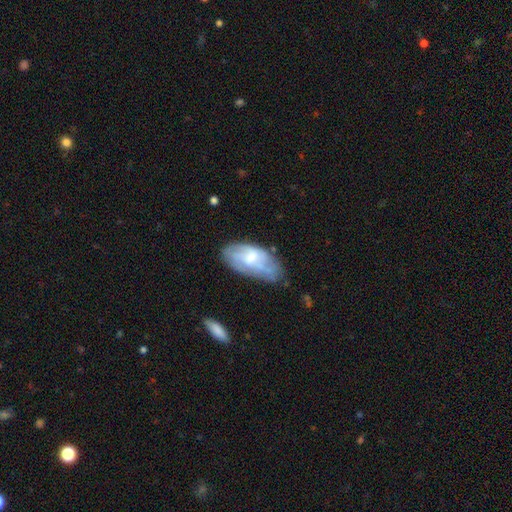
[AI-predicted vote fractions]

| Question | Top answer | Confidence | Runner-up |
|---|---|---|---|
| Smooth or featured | smooth | 47% | tied: featured or disk (47%) |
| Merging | none | 54% | minor disturbance (30%) |